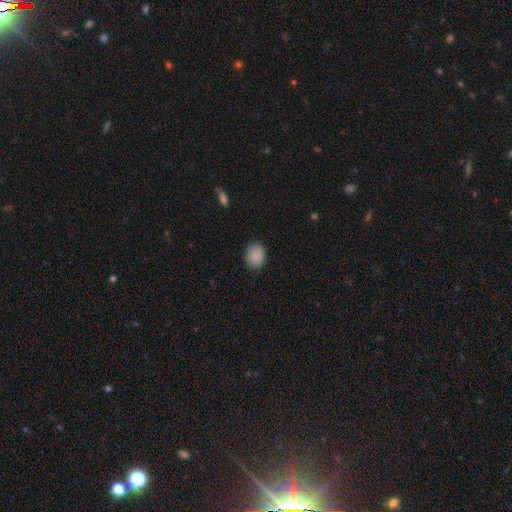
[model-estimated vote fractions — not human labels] A smooth galaxy with no disk features (89%) that is in between round and cigar-shaped (50%). Merging: none (87%).